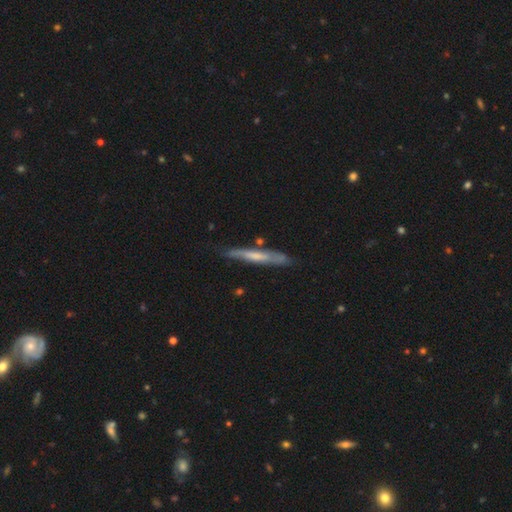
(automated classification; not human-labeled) Smooth or featured?
  - featured or disk: 52% *
  - smooth: 41%
  - star or artifact: 6%
Edge-on disk?
  - yes: 84% *
  - no: 16%
Merging?
  - none: 75% *
  - minor disturbance: 18%
  - merger: 4%
  - major disturbance: 4%